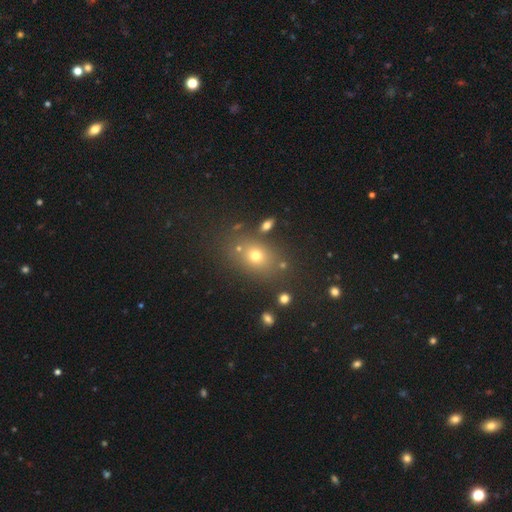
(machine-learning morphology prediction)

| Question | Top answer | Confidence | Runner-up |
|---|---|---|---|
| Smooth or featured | smooth | 68% | star or artifact (19%) |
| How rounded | in between | 55% | round (43%) |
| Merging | none | 76% | minor disturbance (12%) |